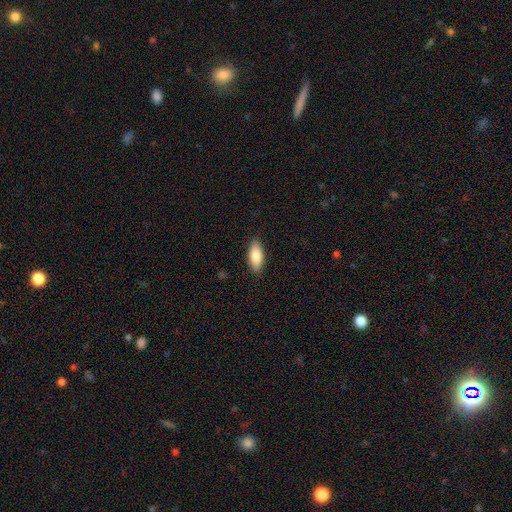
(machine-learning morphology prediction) Smooth or featured? Predicted: smooth (p=0.85). How rounded? Predicted: in between (p=0.82). Merging? Predicted: none (p=0.88).